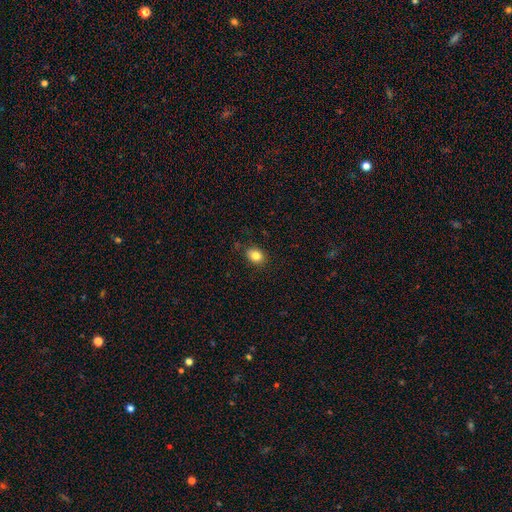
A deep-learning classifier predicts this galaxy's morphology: This is clearly a smooth galaxy (82%). How rounded: possibly round (50%). Merging: clearly none (83%).